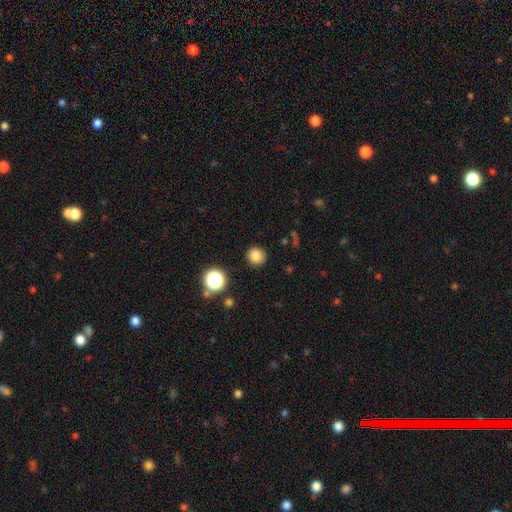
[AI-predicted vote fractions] Smooth or featured: smooth — 83% (star or artifact — 13%)
How rounded: round — 92% (in between — 8%)
Merging: none — 90% (minor disturbance — 7%)